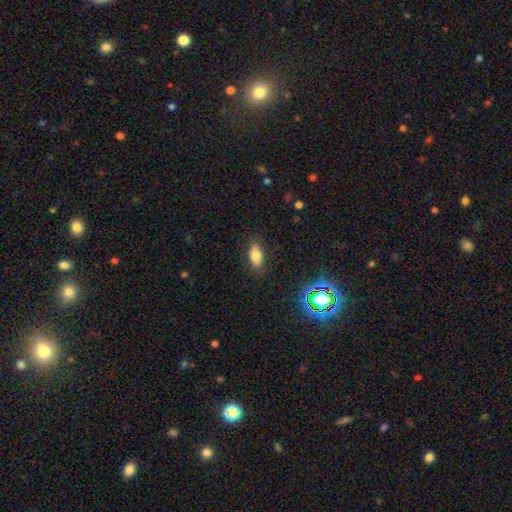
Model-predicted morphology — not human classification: Smooth or featured: smooth — 78% (featured or disk — 11%)
How rounded: in between — 89% (cigar-shaped — 6%)
Merging: none — 85% (minor disturbance — 11%)